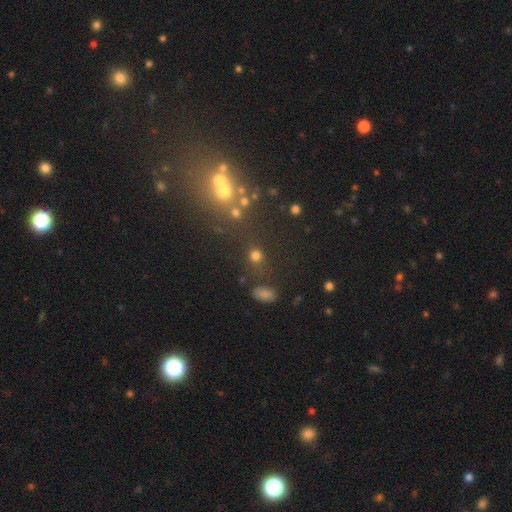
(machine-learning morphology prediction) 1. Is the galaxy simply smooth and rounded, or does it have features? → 73% smooth, 19% star or artifact, 7% featured or disk.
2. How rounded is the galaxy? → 84% round, 14% in between, 2% cigar-shaped.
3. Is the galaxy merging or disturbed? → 71% none, 11% minor disturbance, 11% merger, 7% major disturbance.